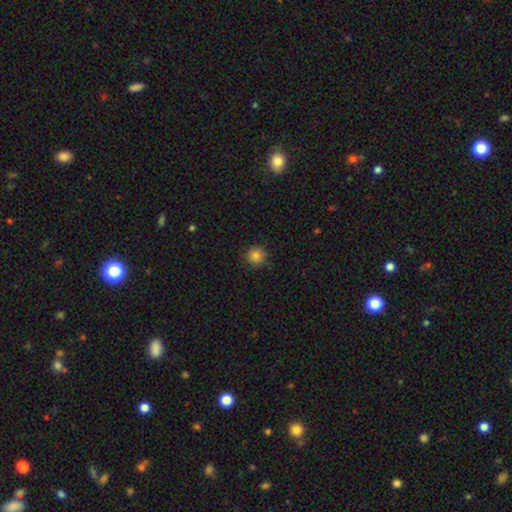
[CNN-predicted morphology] smooth-or-featured: smooth: 83% | star or artifact: 12% | featured or disk: 5%
  how-rounded: round: 93% | in between: 6% | cigar-shaped: 1%
  merging: none: 88% | minor disturbance: 9% | major disturbance: 2% | merger: 1%